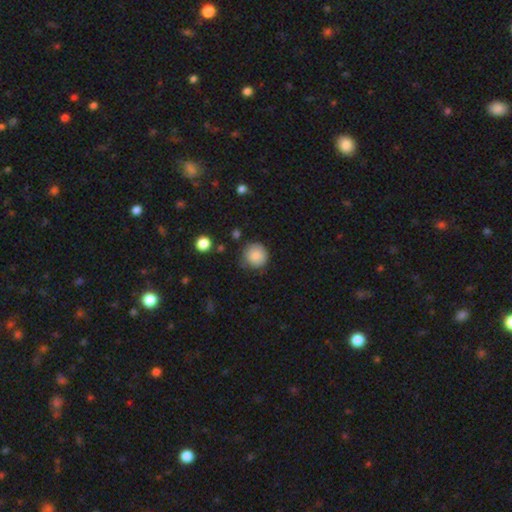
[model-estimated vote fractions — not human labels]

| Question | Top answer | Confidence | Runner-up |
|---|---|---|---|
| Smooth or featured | smooth | 85% | star or artifact (9%) |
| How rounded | round | 93% | in between (6%) |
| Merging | none | 78% | minor disturbance (16%) |